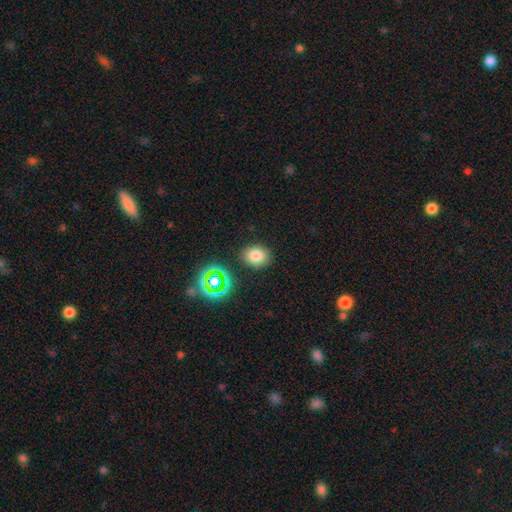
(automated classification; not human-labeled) Smooth or featured? smooth (77%)
How rounded? round (54%)
Merging? none (85%)